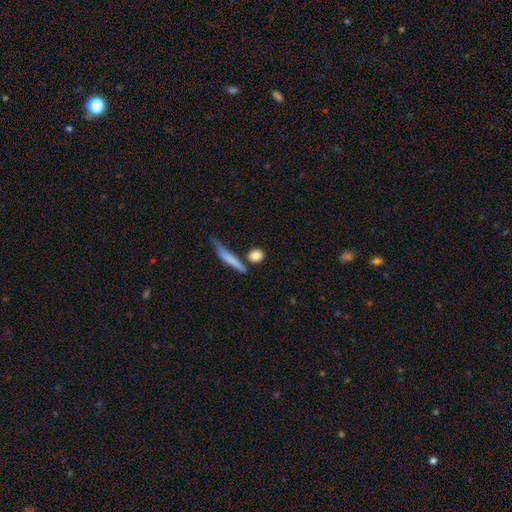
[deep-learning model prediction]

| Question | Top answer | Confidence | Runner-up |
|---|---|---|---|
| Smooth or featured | smooth | 83% | featured or disk (9%) |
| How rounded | round | 62% | in between (20%) |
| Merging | none | 70% | minor disturbance (13%) |